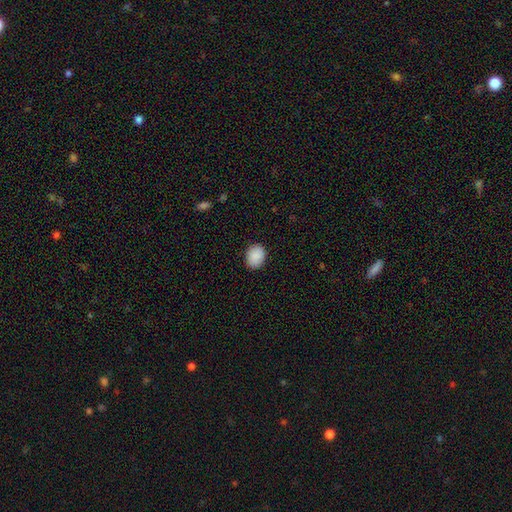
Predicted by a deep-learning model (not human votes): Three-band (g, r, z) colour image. It shows a smooth galaxy with no disk features (90%) that is in between round and cigar-shaped (53%). Merging: none (88%).